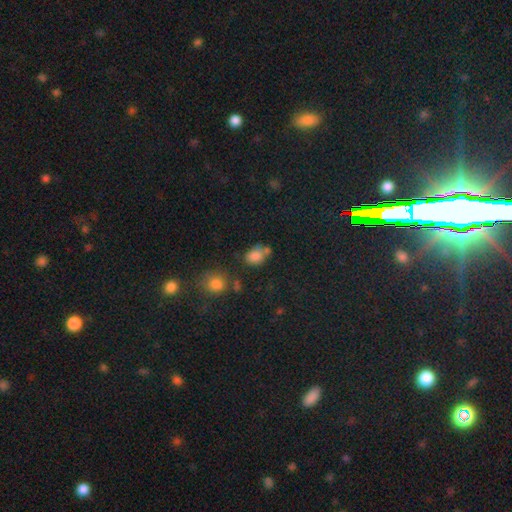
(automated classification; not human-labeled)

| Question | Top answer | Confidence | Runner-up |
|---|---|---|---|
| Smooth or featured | smooth | 79% | star or artifact (13%) |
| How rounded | in between | 64% | round (34%) |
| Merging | none | 48% | merger (25%) |